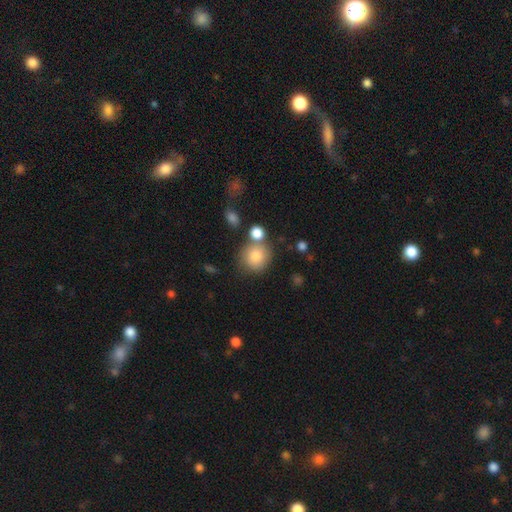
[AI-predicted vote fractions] smooth 82%, featured or disk 9%, star or artifact 9%. Down the decision tree: how rounded — round (86%); merging — none (62%).